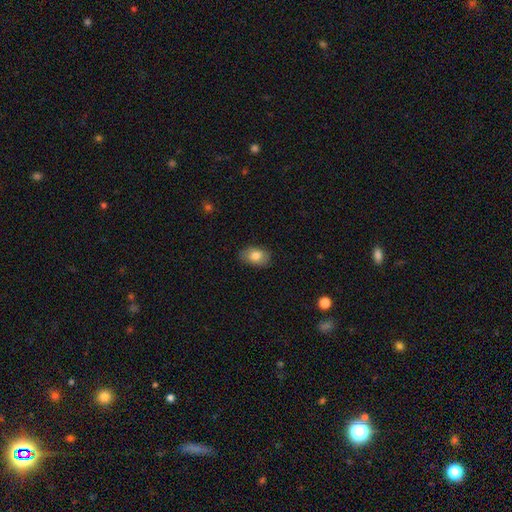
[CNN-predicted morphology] Smooth or featured?
  - smooth: 79% *
  - featured or disk: 14%
  - star or artifact: 7%
How rounded?
  - in between: 88% *
  - round: 11%
  - cigar-shaped: 1%
Merging?
  - none: 81% *
  - minor disturbance: 15%
  - major disturbance: 3%
  - merger: 1%